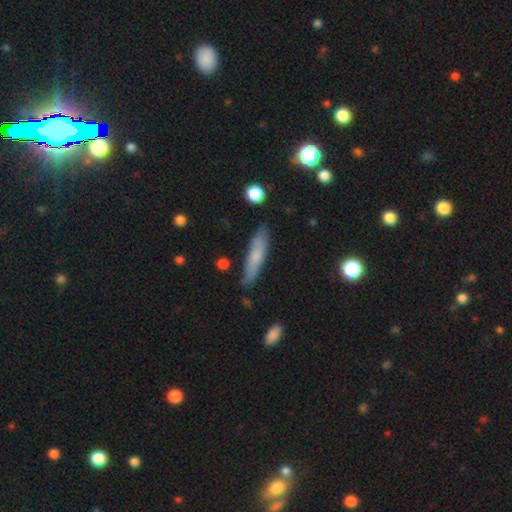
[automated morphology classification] Smooth or featured? Predicted: smooth (p=0.66). How rounded? Predicted: cigar-shaped (p=0.81). Merging? Predicted: none (p=0.80).